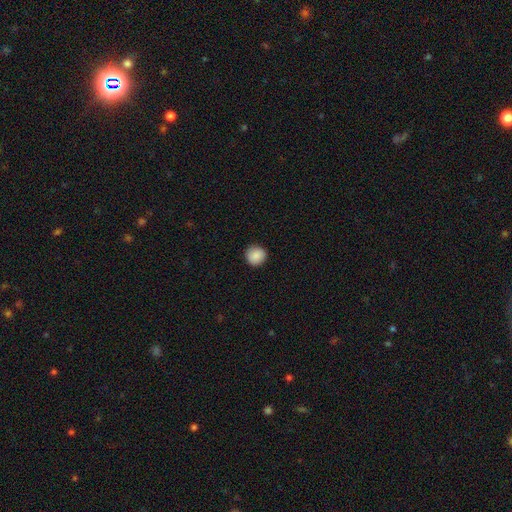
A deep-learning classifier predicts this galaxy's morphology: Smooth or featured? Predicted: smooth (p=0.89). How rounded? Predicted: round (p=0.94). Merging? Predicted: none (p=0.90).